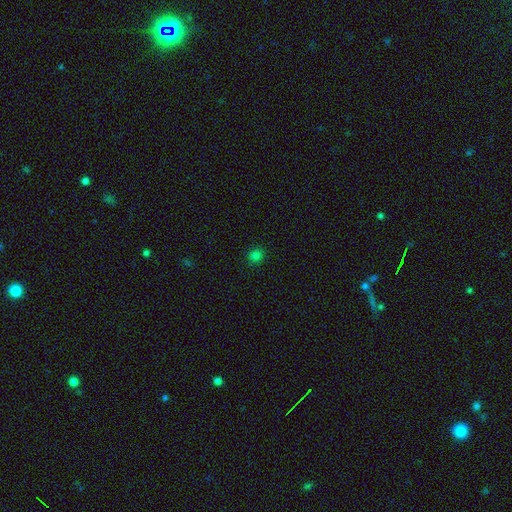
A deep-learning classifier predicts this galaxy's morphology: Smooth or featured: smooth — 80% (star or artifact — 17%)
How rounded: round — 87% (in between — 12%)
Merging: none — 91% (minor disturbance — 6%)